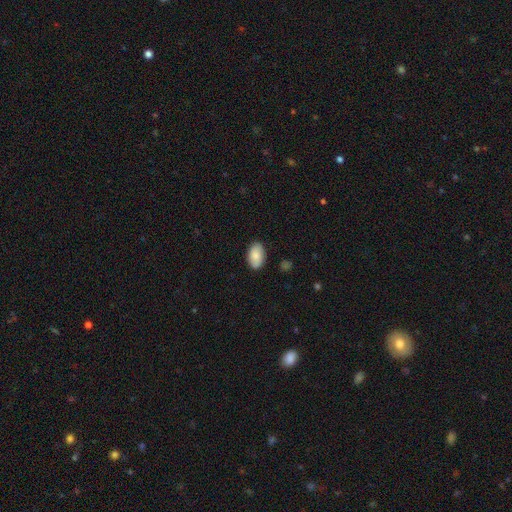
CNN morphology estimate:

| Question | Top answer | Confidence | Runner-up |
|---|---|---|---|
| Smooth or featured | smooth | 86% | featured or disk (7%) |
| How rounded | in between | 93% | round (6%) |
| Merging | none | 86% | minor disturbance (11%) |